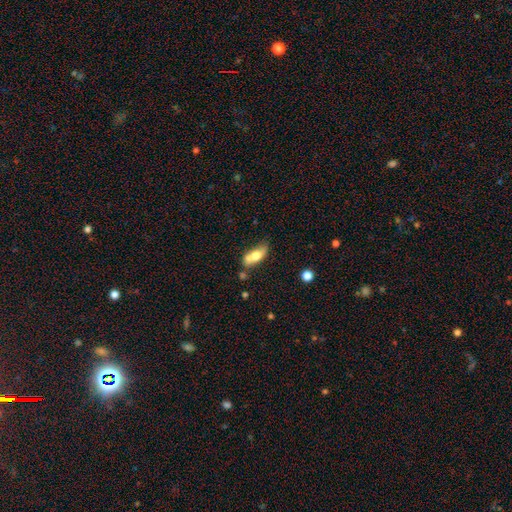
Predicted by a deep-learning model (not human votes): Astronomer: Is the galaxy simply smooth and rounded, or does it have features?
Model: smooth — 63%.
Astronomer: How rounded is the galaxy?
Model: in between — 76%.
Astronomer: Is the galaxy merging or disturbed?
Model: none — 46% (runner-up: merger, 29%).